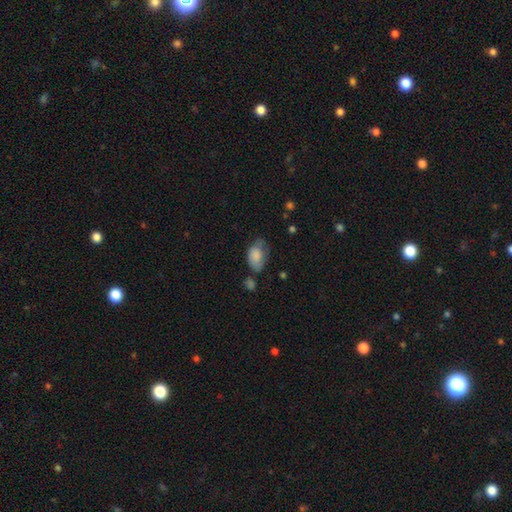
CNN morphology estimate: Smooth or featured? smooth (79%)
How rounded? in between (89%)
Merging? minor disturbance (38%)